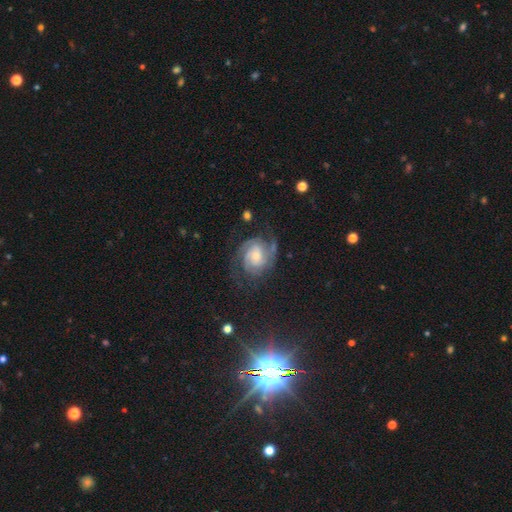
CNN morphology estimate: A featured or disk galaxy (81%) with no bar (63%), 2 (54%) tight (47%) spiral arms (96%) and a small central bulge (45%). Merging: none (65%).